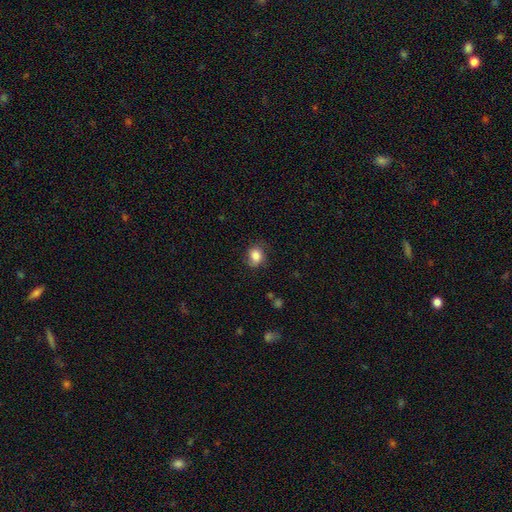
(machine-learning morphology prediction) A smooth galaxy with no disk features (82%) that is round (52%). Merging: none (71%).